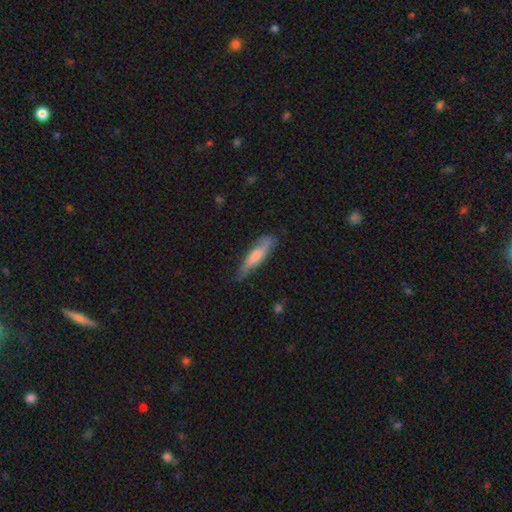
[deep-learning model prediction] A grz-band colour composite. It shows a smooth galaxy with no disk features (59%) that is cigar-shaped (79%). Merging: none (68%).